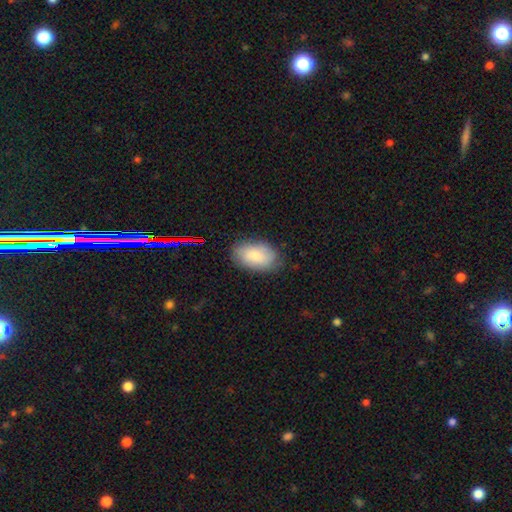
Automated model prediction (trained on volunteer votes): smooth-or-featured: smooth: 81% | featured or disk: 12% | star or artifact: 7%
  how-rounded: in between: 92% | round: 6% | cigar-shaped: 1%
  merging: none: 78% | minor disturbance: 17% | major disturbance: 4% | merger: 1%